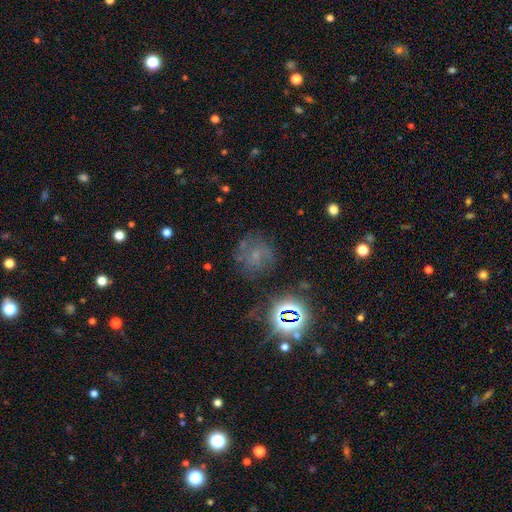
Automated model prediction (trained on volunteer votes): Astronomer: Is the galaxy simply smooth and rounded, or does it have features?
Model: smooth — 37% (runner-up: star or artifact, 33%).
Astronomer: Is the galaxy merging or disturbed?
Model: none — 64%.